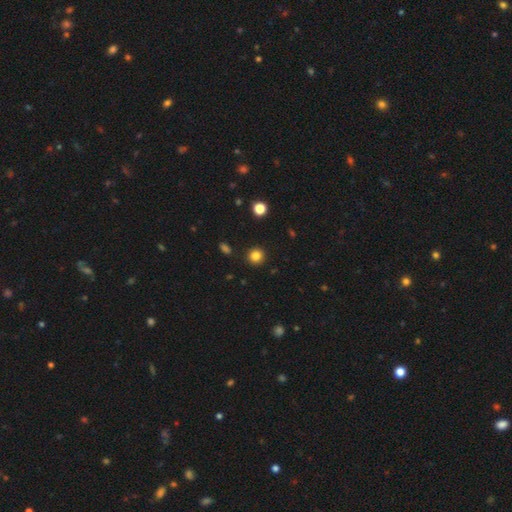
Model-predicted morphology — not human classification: This appears to be a smooth galaxy with no disk features (83%) that is round (93%). Merging: none (91%).